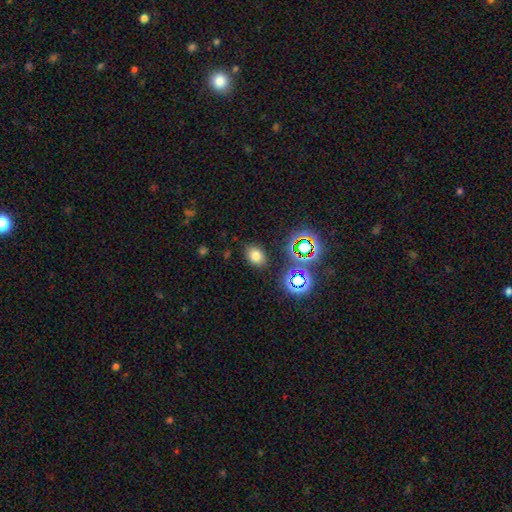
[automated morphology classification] This appears to be a smooth galaxy with no disk features (73%) that is in between round and cigar-shaped (67%). Merging: none (86%).